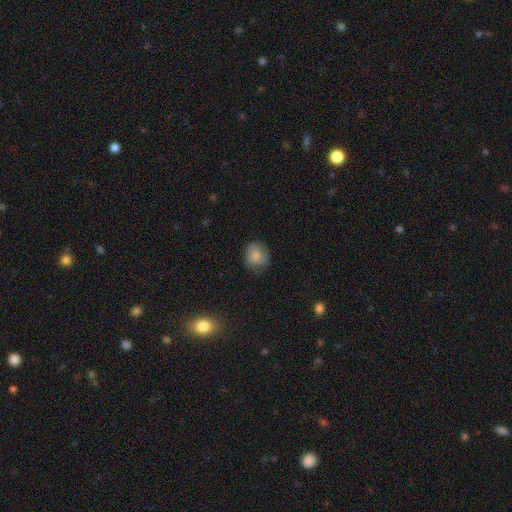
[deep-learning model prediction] Morphology: type=smooth (84%); roundness=round (68%); merging=none (71%).